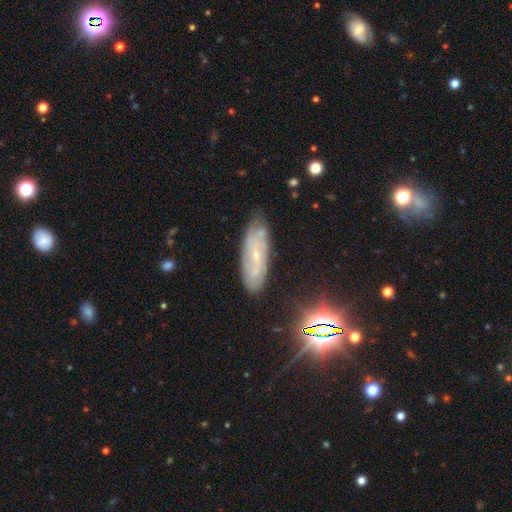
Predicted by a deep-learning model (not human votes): Morphology: type=featured or disk (67%); edge-on=no (83%); bar=no (53%); spiral arms=yes (85%); bulge=small (79%); merging=none (74%).